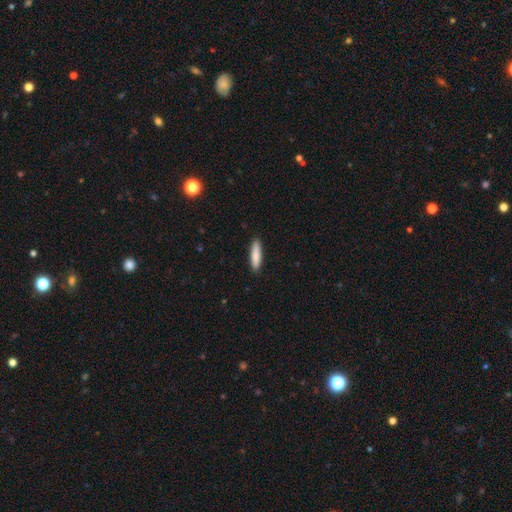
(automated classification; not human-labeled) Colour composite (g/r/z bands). It shows a smooth galaxy with no disk features (85%) that is cigar-shaped (76%). Merging: none (90%).